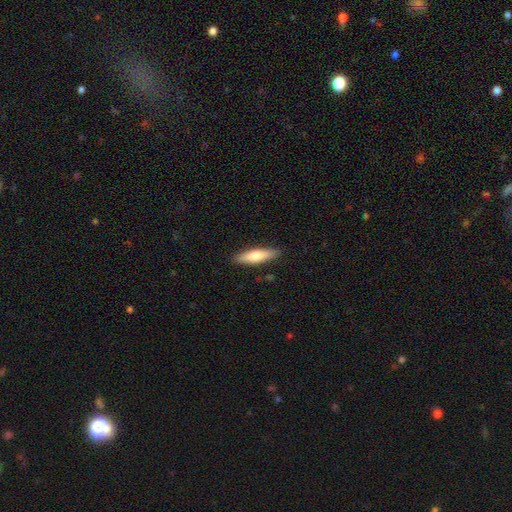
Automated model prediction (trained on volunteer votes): This is likely a smooth galaxy (70%). How rounded: likely cigar-shaped (74%). Merging: clearly none (89%).